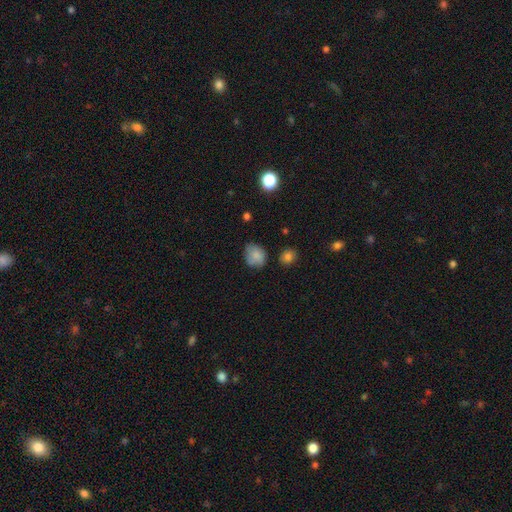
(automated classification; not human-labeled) smooth-or-featured: smooth: 79% | featured or disk: 11% | star or artifact: 10%
  how-rounded: round: 55% | in between: 44% | cigar-shaped: 1%
  merging: none: 61% | minor disturbance: 30% | major disturbance: 7% | merger: 3%